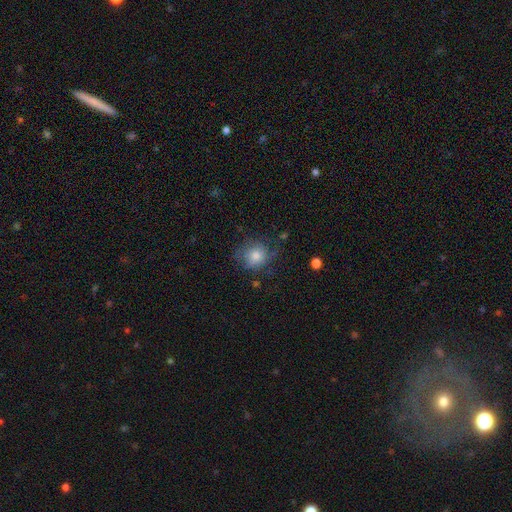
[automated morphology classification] type=smooth (68%); roundness=round (82%); merging=none (63%).